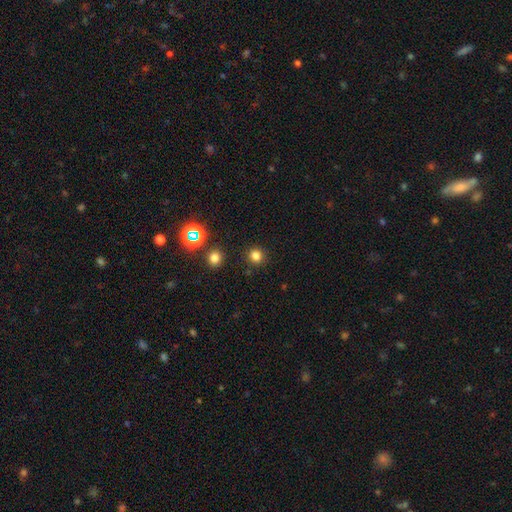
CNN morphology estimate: A smooth galaxy with no disk features (78%) that is round (91%).

Vote fractions:
- Smooth or featured? smooth: 78% / star or artifact: 18% / featured or disk: 5%
- How rounded? round: 91% / in between: 8% / cigar-shaped: 1%
- Merging? none: 90% / minor disturbance: 5% / major disturbance: 2% / merger: 2%